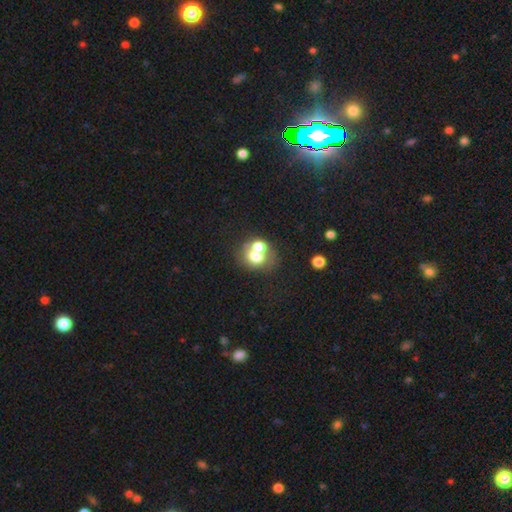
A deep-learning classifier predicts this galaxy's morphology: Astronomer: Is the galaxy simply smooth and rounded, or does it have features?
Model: smooth — 64%.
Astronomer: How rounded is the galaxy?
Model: round — 59% (runner-up: in between, 40%).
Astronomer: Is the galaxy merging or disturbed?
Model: merger — 54% (runner-up: none, 32%).